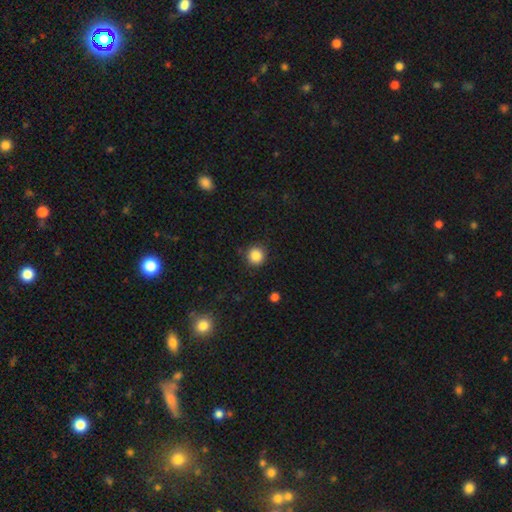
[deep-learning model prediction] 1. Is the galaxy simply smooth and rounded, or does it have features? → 86% smooth, 10% star or artifact, 4% featured or disk.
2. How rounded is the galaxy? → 94% round, 5% in between, 1% cigar-shaped.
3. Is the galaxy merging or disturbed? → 89% none, 7% minor disturbance, 2% major disturbance, 1% merger.